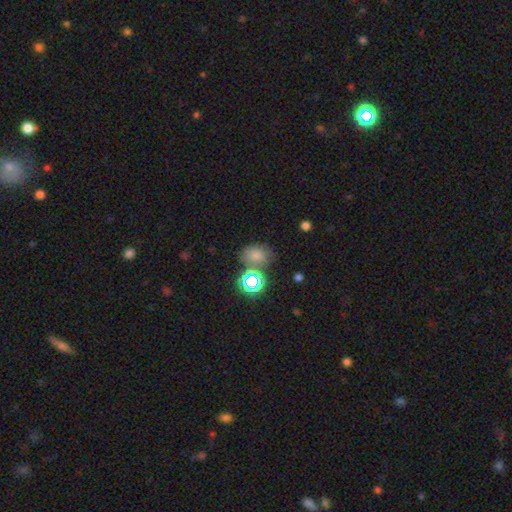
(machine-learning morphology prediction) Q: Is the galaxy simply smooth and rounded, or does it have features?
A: smooth — 66%.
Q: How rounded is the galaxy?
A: in between — 66%.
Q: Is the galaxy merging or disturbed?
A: none — 58%.